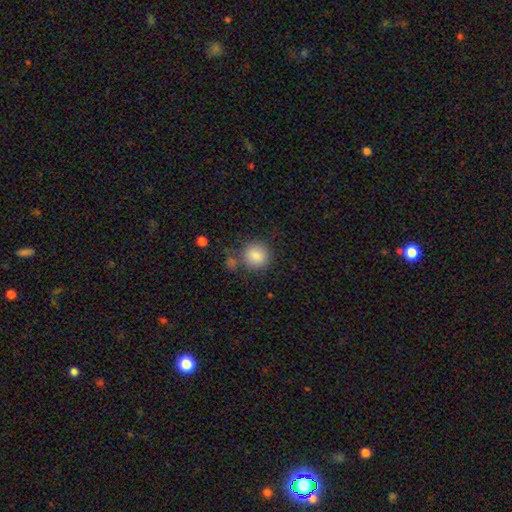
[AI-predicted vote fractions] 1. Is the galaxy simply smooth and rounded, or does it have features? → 85% smooth, 9% star or artifact, 7% featured or disk.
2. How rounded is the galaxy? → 87% round, 12% in between, 1% cigar-shaped.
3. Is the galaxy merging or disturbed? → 69% none, 14% minor disturbance, 10% merger, 7% major disturbance.